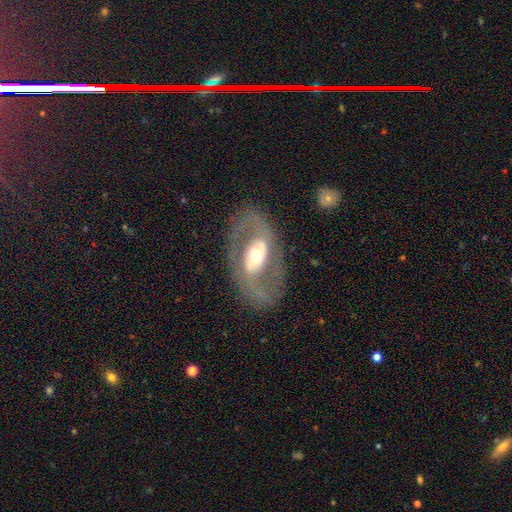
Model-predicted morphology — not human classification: Q: Smooth or featured?
A: featured or disk (75%); runner-up: smooth (20%)
Q: Edge-on disk?
A: no (92%); runner-up: yes (8%)
Q: Bar?
A: no (42%); runner-up: weak (32%)
Q: Spiral arms?
A: yes (51%); runner-up: no (49%)
Q: Bulge size?
A: moderate (62%); runner-up: large (23%)
Q: Merging?
A: none (76%); runner-up: minor disturbance (13%)